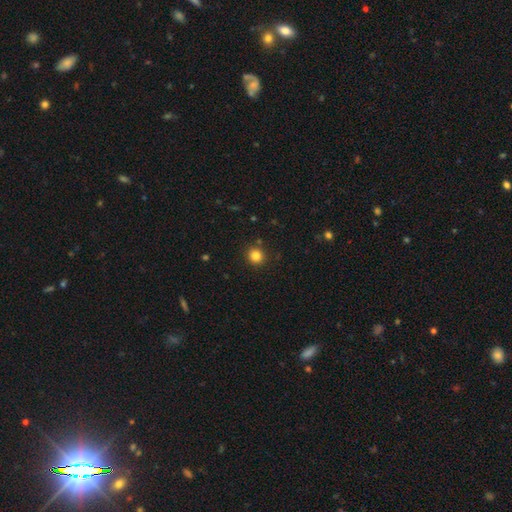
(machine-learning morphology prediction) A smooth galaxy with no disk features (83%) that is round (90%).

Vote fractions:
- Smooth or featured? smooth: 83% / star or artifact: 13% / featured or disk: 5%
- How rounded? round: 90% / in between: 9% / cigar-shaped: 1%
- Merging? none: 88% / minor disturbance: 7% / merger: 3% / major disturbance: 2%